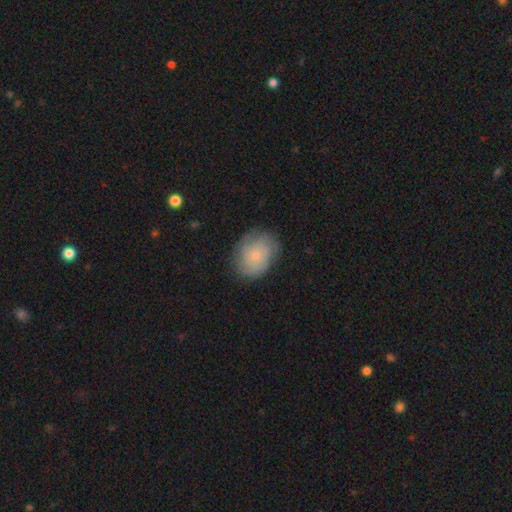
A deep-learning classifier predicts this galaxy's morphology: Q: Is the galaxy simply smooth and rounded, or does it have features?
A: smooth — 48%.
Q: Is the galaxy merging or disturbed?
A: none — 75%.